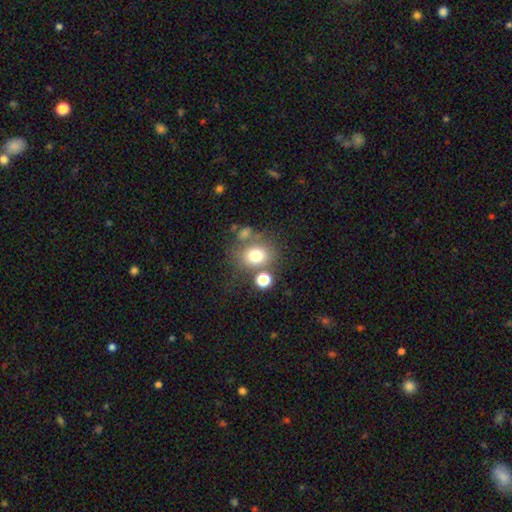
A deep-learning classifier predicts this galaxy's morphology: A smooth galaxy with no disk features (74%) that is round (65%). Merging: none (60%).